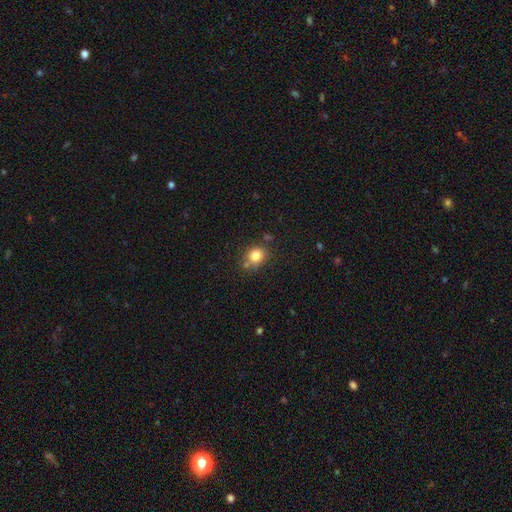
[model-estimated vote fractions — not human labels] This is likely a smooth galaxy (80%). How rounded: likely round (75%). Merging: likely none (69%).